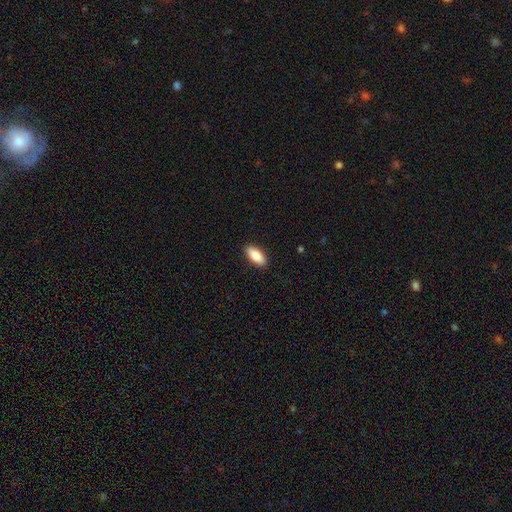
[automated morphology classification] This appears to be a smooth galaxy with no disk features (87%) that is in between round and cigar-shaped (85%). Merging: none (90%).